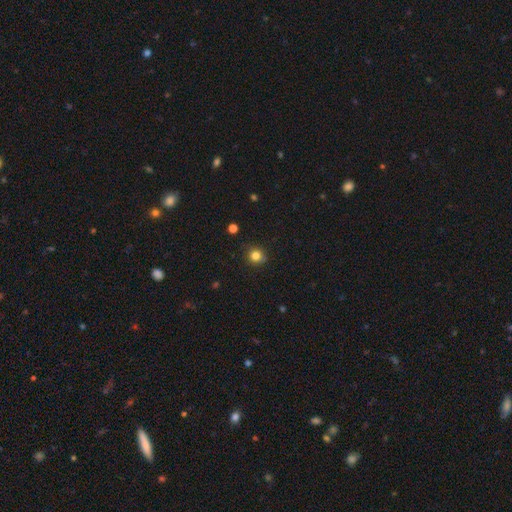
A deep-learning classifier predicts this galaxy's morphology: A smooth galaxy with no disk features (81%) that is round (89%). Merging: none (84%).